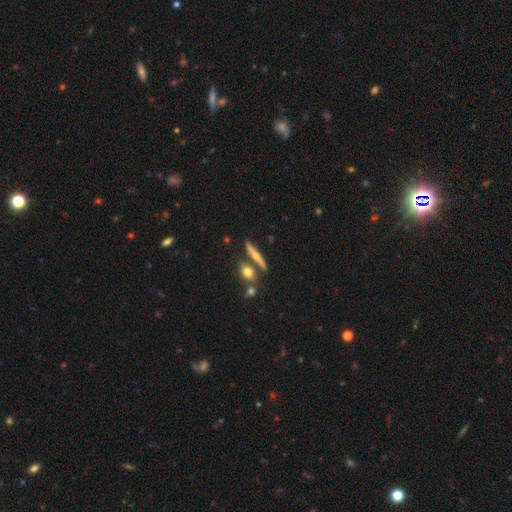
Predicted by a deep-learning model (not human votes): Smooth or featured? Predicted: featured or disk (p=0.50). Merging? Predicted: none (p=0.75).